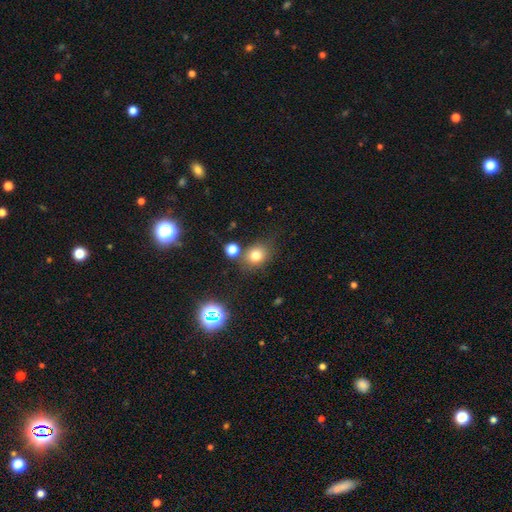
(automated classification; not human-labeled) Morphology: type=smooth (76%); roundness=round (65%); merging=none (68%).